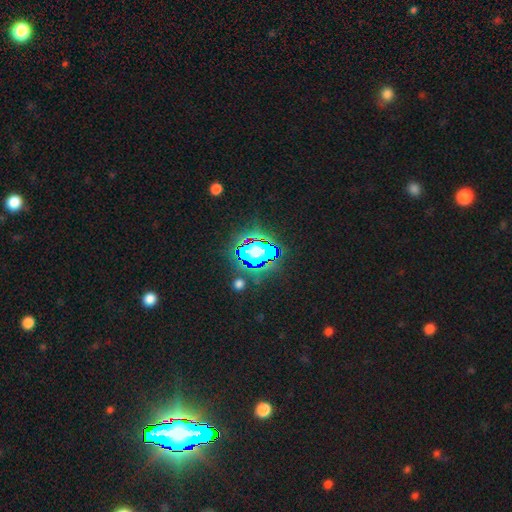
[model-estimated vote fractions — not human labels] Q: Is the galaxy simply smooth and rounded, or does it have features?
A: star or artifact — 80%.